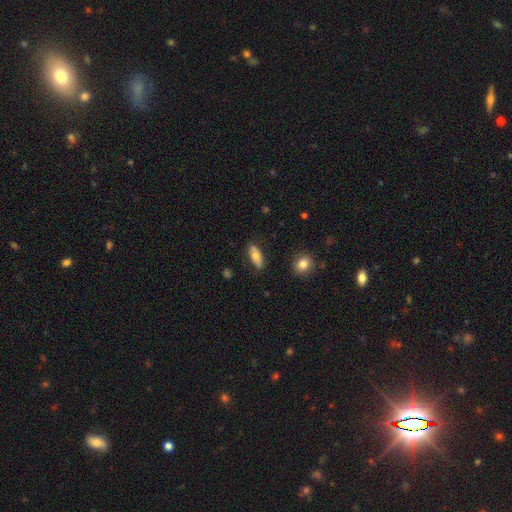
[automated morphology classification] Overall: smooth (69%). How rounded: in between (74%). Merging: none (83%).